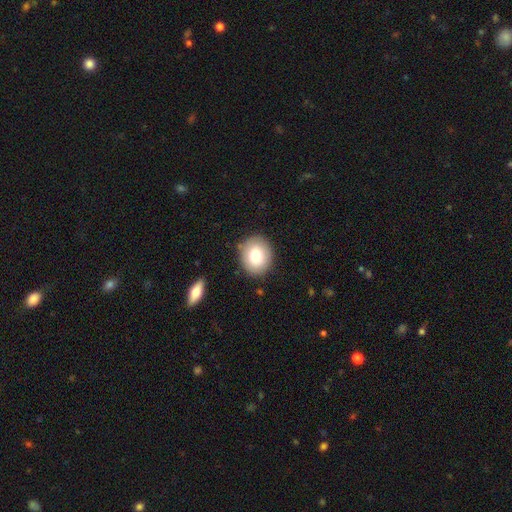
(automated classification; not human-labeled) smooth 79%, featured or disk 13%, star or artifact 9%. Down the decision tree: how rounded — round (66%); merging — none (86%).